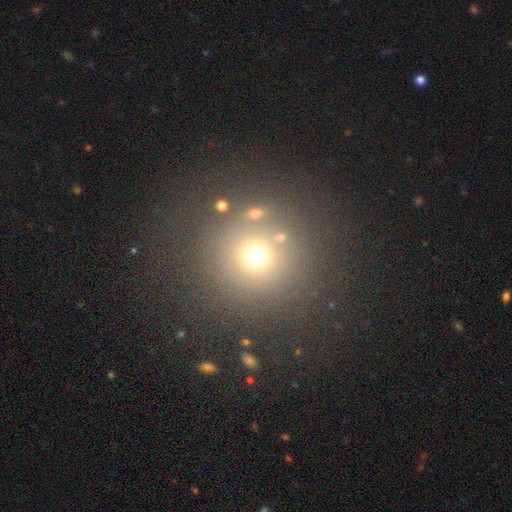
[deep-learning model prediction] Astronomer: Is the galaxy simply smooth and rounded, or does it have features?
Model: smooth — 67%.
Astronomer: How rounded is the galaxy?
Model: round — 94%.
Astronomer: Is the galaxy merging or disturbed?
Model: none — 80%.